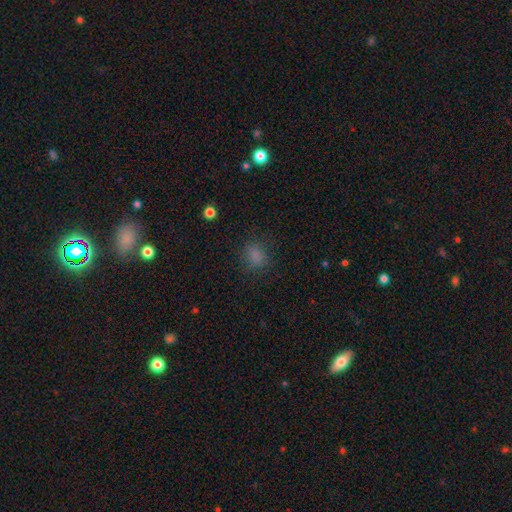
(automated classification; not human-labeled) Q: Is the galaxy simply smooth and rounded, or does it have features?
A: smooth — 80%.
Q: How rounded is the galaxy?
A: round — 55%.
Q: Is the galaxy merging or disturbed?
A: none — 80%.